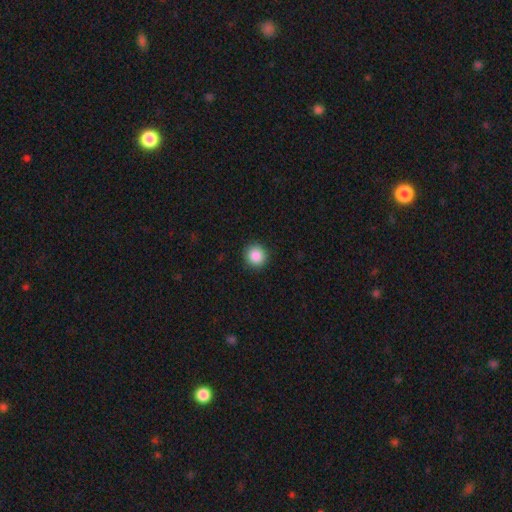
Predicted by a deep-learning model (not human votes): This appears to be a smooth galaxy with no disk features (88%) that is round (92%). Merging: none (91%).